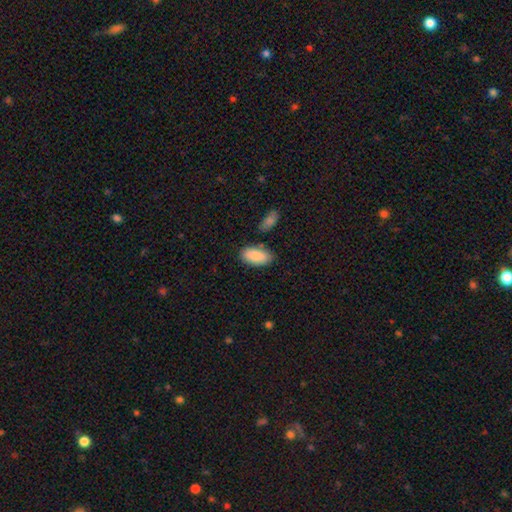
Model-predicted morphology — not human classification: smooth-or-featured: smooth: 88% | star or artifact: 6% | featured or disk: 6%
  how-rounded: in between: 93% | cigar-shaped: 5% | round: 2%
  merging: none: 77% | minor disturbance: 14% | merger: 6% | major disturbance: 3%